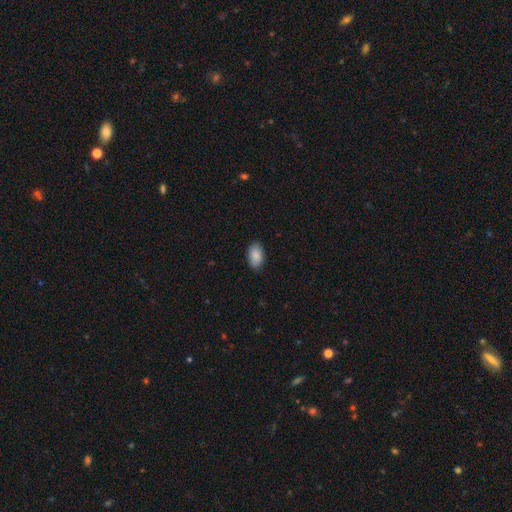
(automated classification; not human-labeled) A smooth galaxy with no disk features (89%) that is in between round and cigar-shaped (93%). Merging: none (87%).